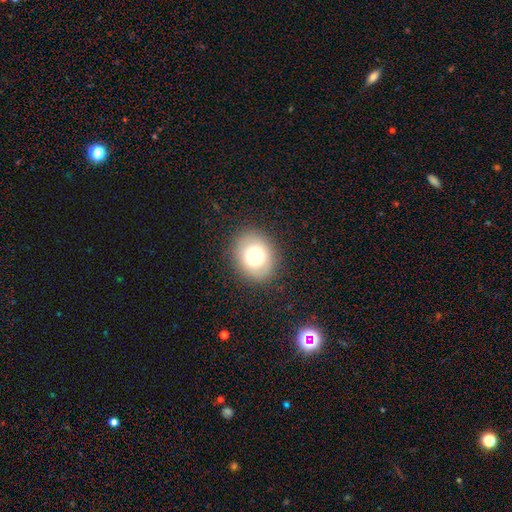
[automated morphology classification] Q: Smooth or featured?
A: smooth (72%); runner-up: featured or disk (18%)
Q: How rounded?
A: round (63%); runner-up: in between (37%)
Q: Merging?
A: none (86%); runner-up: minor disturbance (9%)